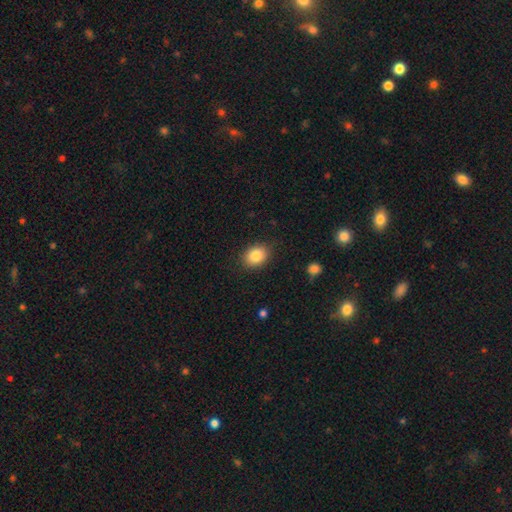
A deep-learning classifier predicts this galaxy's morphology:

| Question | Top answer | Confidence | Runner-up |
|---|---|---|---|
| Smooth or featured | smooth | 85% | star or artifact (9%) |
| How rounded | in between | 60% | round (39%) |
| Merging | none | 85% | minor disturbance (11%) |